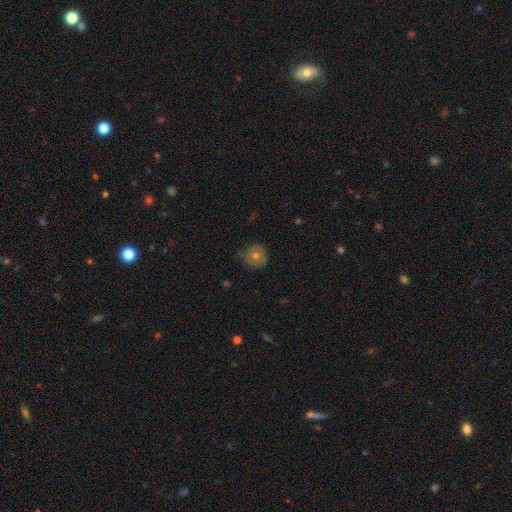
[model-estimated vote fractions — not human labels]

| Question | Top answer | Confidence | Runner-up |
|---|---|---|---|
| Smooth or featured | smooth | 58% | featured or disk (31%) |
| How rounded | round | 87% | in between (12%) |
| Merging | none | 71% | minor disturbance (22%) |